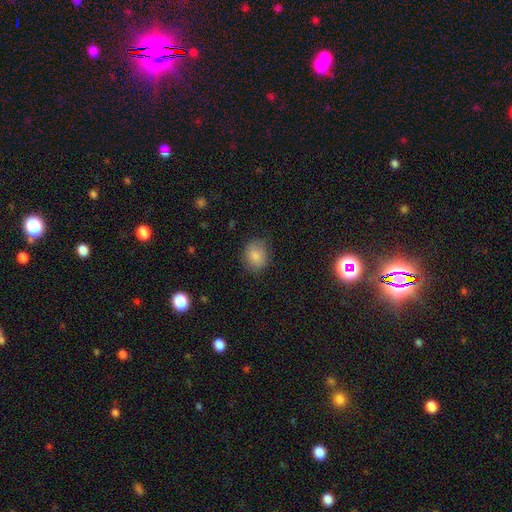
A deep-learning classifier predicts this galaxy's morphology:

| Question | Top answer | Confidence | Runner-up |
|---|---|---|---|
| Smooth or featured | smooth | 83% | star or artifact (9%) |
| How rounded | round | 58% | in between (41%) |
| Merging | none | 74% | minor disturbance (20%) |